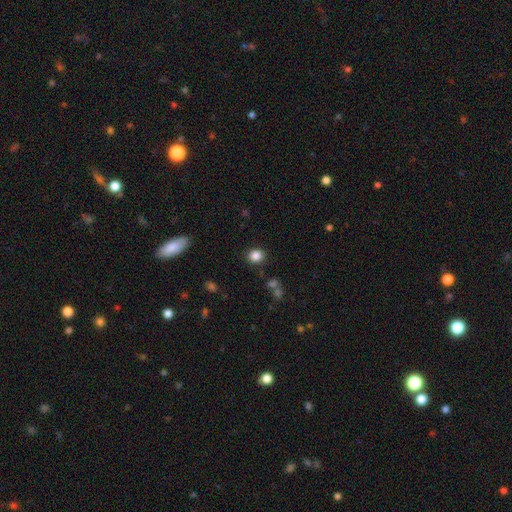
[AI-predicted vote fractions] This is clearly a smooth galaxy (85%). How rounded: likely round (73%). Merging: clearly none (87%).